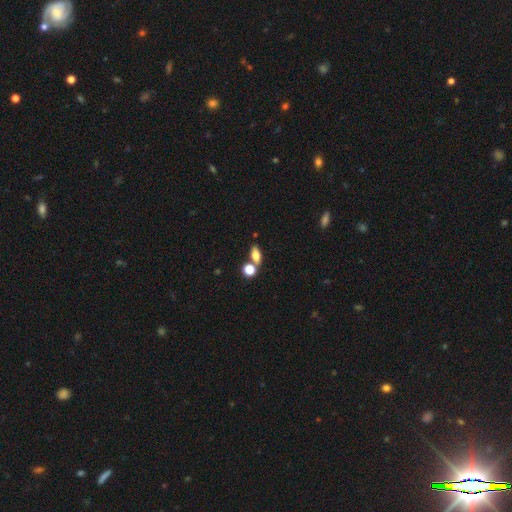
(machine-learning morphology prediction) Smooth or featured: smooth — 73% (featured or disk — 15%)
How rounded: in between — 75% (round — 14%)
Merging: none — 61% (merger — 24%)